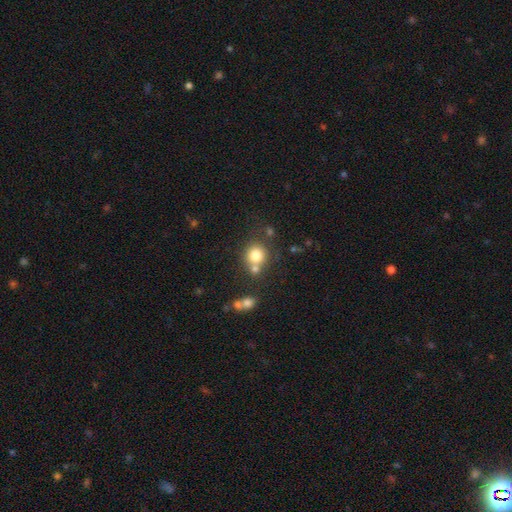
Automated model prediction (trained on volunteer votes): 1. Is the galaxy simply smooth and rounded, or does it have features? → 78% smooth, 11% star or artifact, 11% featured or disk.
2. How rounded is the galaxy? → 86% round, 14% in between, 1% cigar-shaped.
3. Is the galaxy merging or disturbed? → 56% none, 29% merger, 10% minor disturbance, 5% major disturbance.